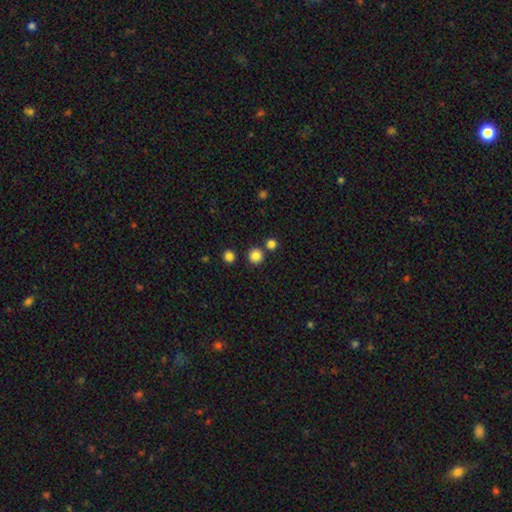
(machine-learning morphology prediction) Smooth or featured: smooth — 84% (star or artifact — 12%)
How rounded: round — 94% (in between — 5%)
Merging: none — 82% (merger — 9%)